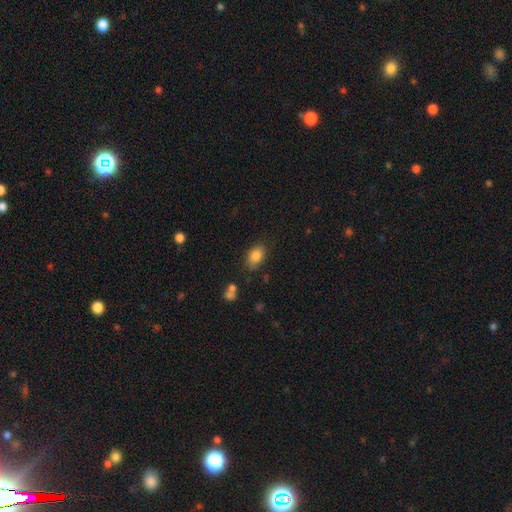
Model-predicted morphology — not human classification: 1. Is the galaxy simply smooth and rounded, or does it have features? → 84% smooth, 9% star or artifact, 7% featured or disk.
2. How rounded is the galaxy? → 83% in between, 15% round, 2% cigar-shaped.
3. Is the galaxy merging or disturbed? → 77% none, 16% minor disturbance, 4% major disturbance, 3% merger.